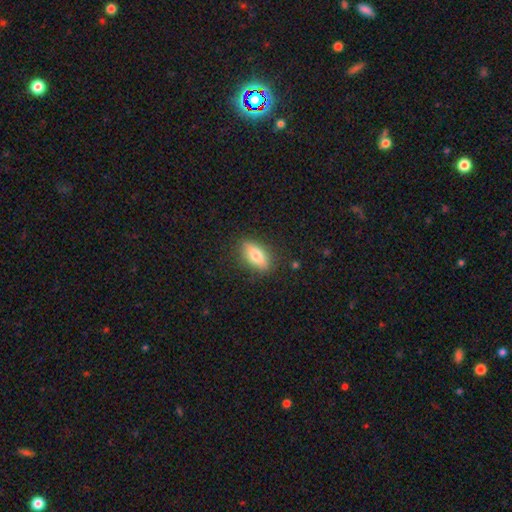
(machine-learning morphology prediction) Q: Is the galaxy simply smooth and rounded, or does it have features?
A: smooth — 71%.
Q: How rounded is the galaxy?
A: in between — 79%.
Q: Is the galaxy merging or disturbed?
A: none — 84%.